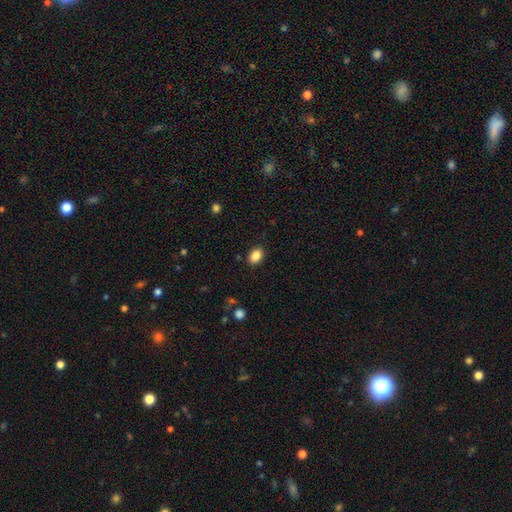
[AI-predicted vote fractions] smooth_or_featured: smooth (p=0.87) [alt: star or artifact p=0.09]
how_rounded: in between (p=0.78) [alt: round p=0.20]
merging: none (p=0.88) [alt: minor disturbance p=0.09]